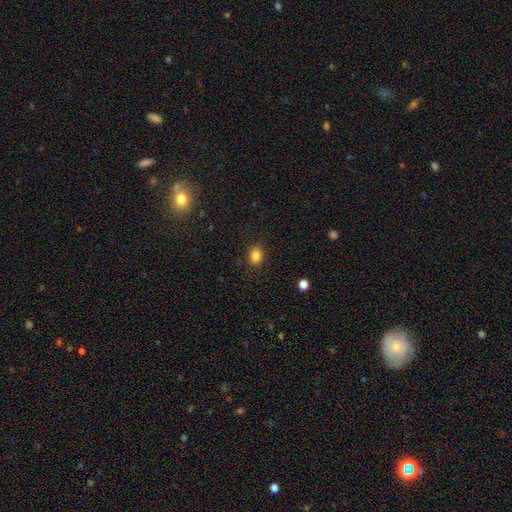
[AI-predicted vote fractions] A smooth galaxy with no disk features (84%) that is in between round and cigar-shaped (68%).

Vote fractions:
- Smooth or featured? smooth: 84% / star or artifact: 11% / featured or disk: 5%
- How rounded? in between: 68% / round: 30% / cigar-shaped: 1%
- Merging? none: 87% / minor disturbance: 9% / major disturbance: 3% / merger: 1%